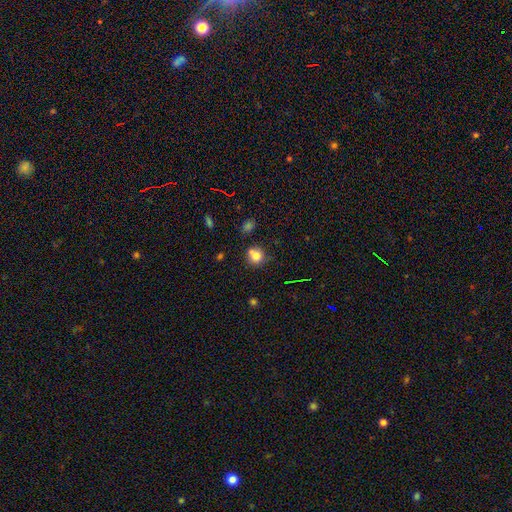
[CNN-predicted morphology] The model was most divided on "merging": none: 59%, merger: 22%, minor disturbance: 14%, major disturbance: 4%. More confident: how rounded — round (86%); smooth or featured — smooth (77%).